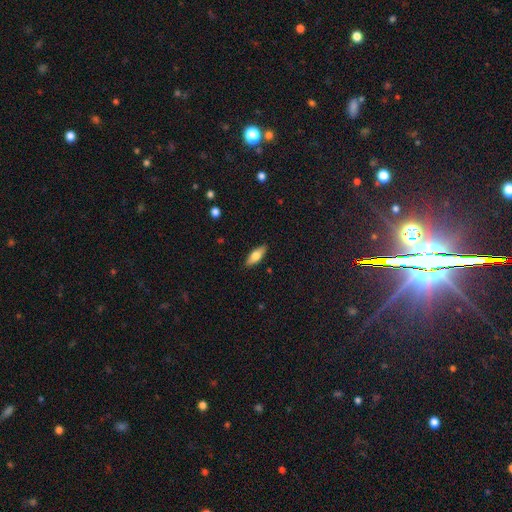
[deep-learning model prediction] Q: Smooth or featured?
A: smooth (70%); runner-up: featured or disk (24%)
Q: How rounded?
A: in between (70%); runner-up: cigar-shaped (27%)
Q: Merging?
A: none (89%); runner-up: minor disturbance (9%)